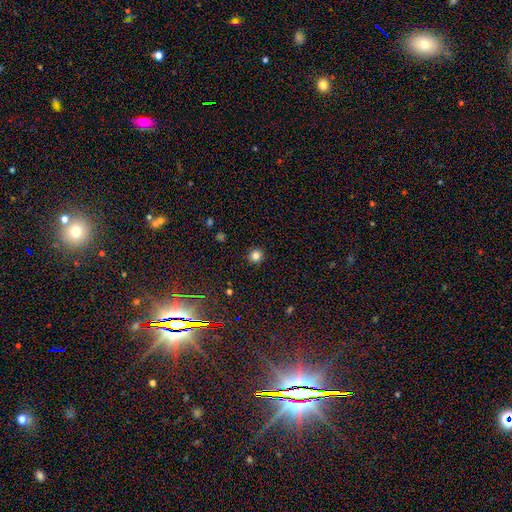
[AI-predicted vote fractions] The model was most divided on "smooth or featured": smooth: 81%, star or artifact: 14%, featured or disk: 5%. More confident: how rounded — round (94%); merging — none (92%).